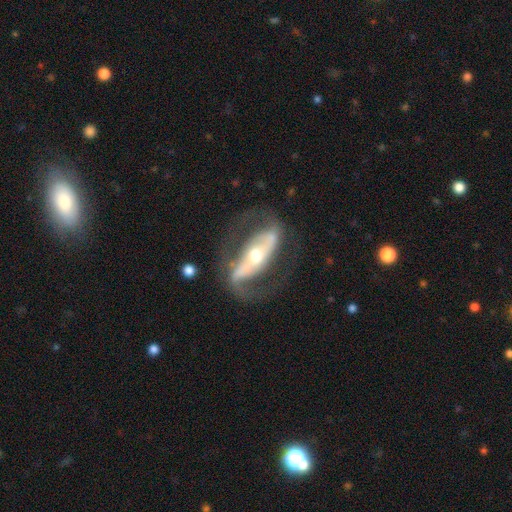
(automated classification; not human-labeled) The model was most divided on "spiral winding": medium: 46%, loose: 35%, tight: 19%. More confident: spiral arm count — 2 (88%); edge-on disk — no (88%); spiral arms — yes (87%); smooth or featured — featured or disk (86%); merging — none (68%); bulge size — moderate (63%); bar — strong (60%).